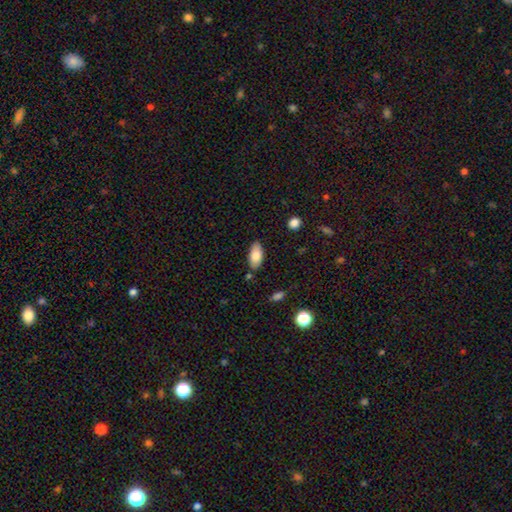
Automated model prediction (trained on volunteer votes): A smooth galaxy with no disk features (82%) that is in between round and cigar-shaped (90%).

Vote fractions:
- Smooth or featured? smooth: 82% / featured or disk: 11% / star or artifact: 7%
- How rounded? in between: 90% / cigar-shaped: 8% / round: 2%
- Merging? none: 81% / minor disturbance: 13% / merger: 3% / major disturbance: 2%